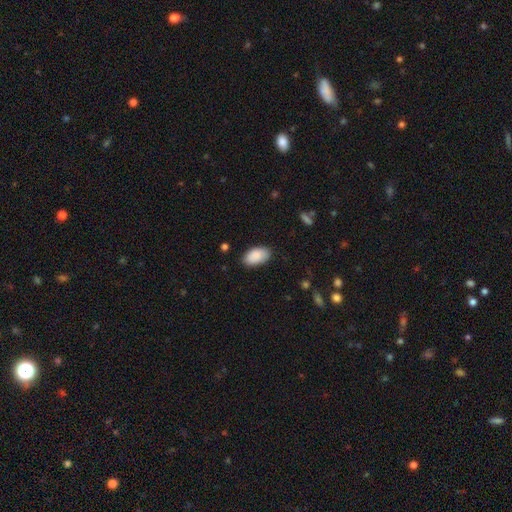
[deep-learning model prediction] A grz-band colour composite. It shows a smooth galaxy with no disk features (88%) that is in between round and cigar-shaped (95%). Merging: none (83%).